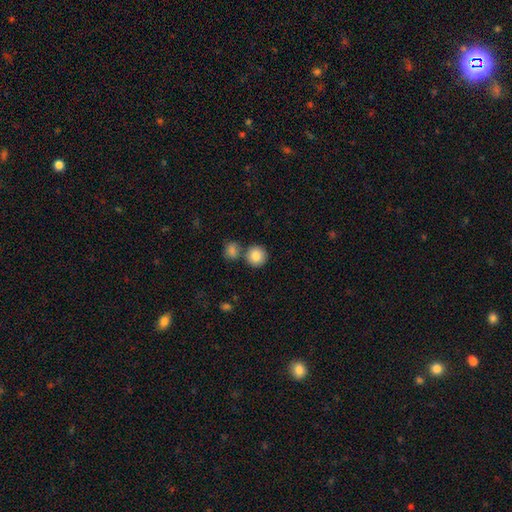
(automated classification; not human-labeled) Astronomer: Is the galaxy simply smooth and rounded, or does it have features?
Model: smooth — 86%.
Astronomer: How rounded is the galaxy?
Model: round — 90%.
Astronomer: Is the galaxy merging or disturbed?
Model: none — 66%.